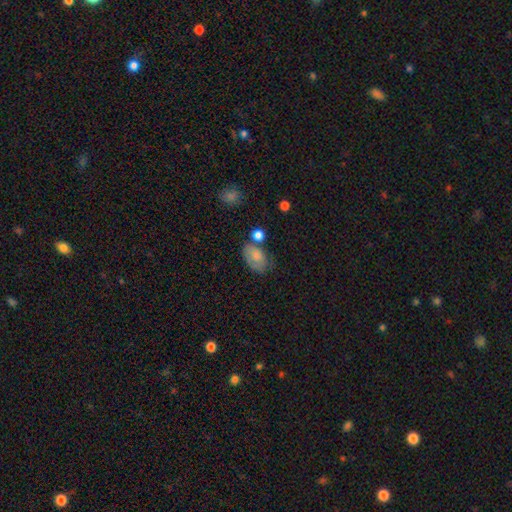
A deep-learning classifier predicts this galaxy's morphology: Smooth or featured: smooth — 74% (featured or disk — 17%)
How rounded: in between — 88% (round — 11%)
Merging: none — 50% (minor disturbance — 26%)